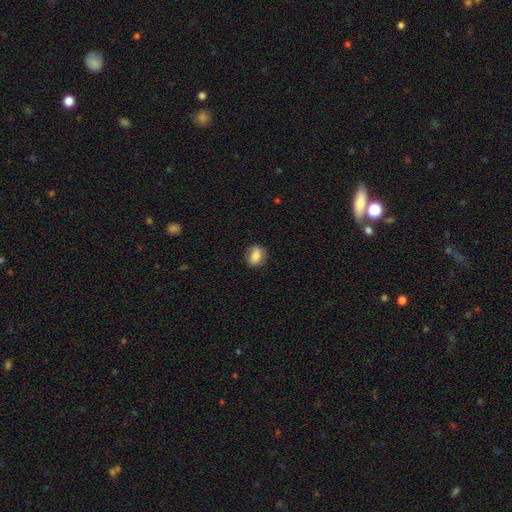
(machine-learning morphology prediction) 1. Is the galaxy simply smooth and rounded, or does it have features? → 79% smooth, 12% featured or disk, 9% star or artifact.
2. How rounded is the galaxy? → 53% in between, 45% round, 2% cigar-shaped.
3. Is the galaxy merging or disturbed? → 80% none, 16% minor disturbance, 4% major disturbance, 1% merger.